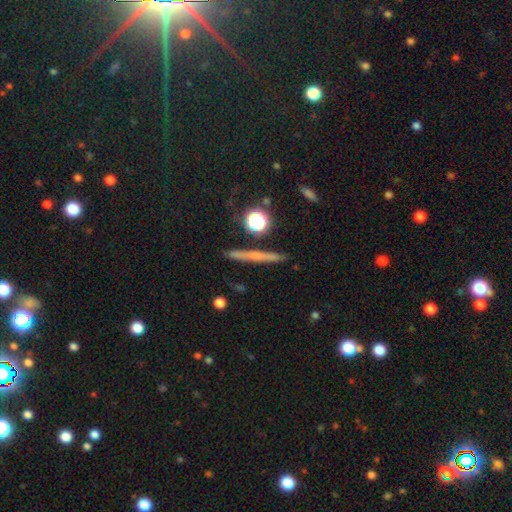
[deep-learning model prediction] Morphology: type=smooth (44%); merging=none (89%).